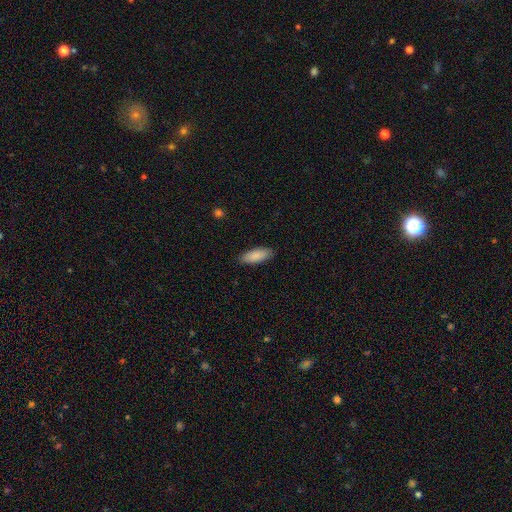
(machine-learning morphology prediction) Smooth or featured: smooth — 88% (featured or disk — 6%)
How rounded: in between — 71% (cigar-shaped — 27%)
Merging: none — 89% (minor disturbance — 8%)